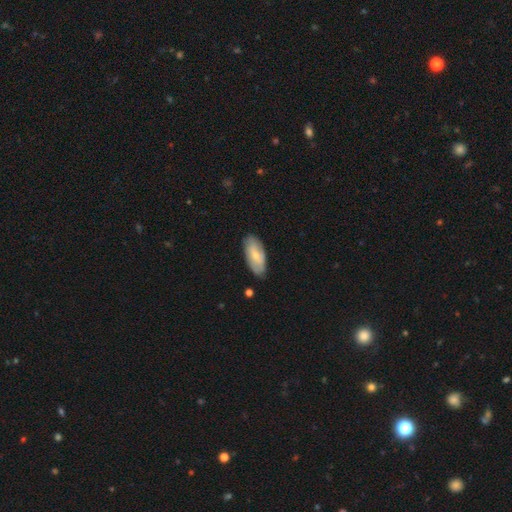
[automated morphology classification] A smooth galaxy with no disk features (55%) that is in between round and cigar-shaped (89%). Merging: none (79%).